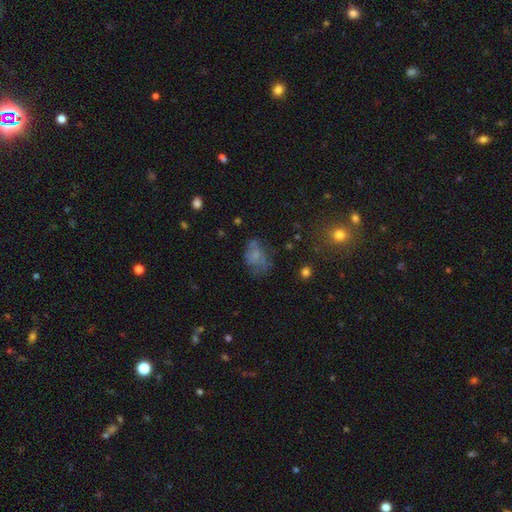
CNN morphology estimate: smooth-or-featured: smooth: 51% | featured or disk: 33% | star or artifact: 16%
  how-rounded: in between: 75% | round: 23% | cigar-shaped: 2%
  merging: none: 42% | major disturbance: 28% | minor disturbance: 25% | merger: 5%